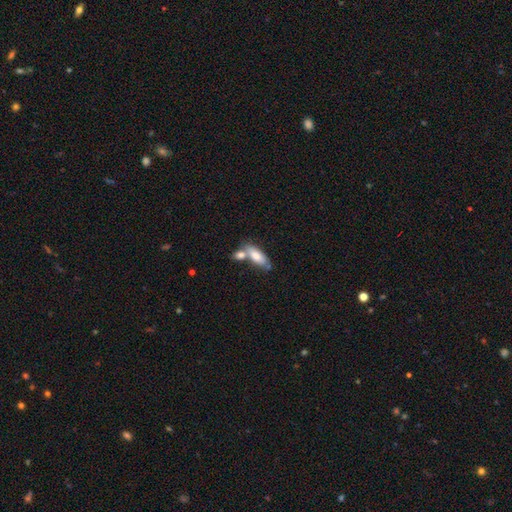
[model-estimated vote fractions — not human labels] The model was most divided on "merging": merger: 42%, none: 40%, minor disturbance: 13%, major disturbance: 5%. More confident: how rounded — in between (77%); smooth or featured — smooth (75%).